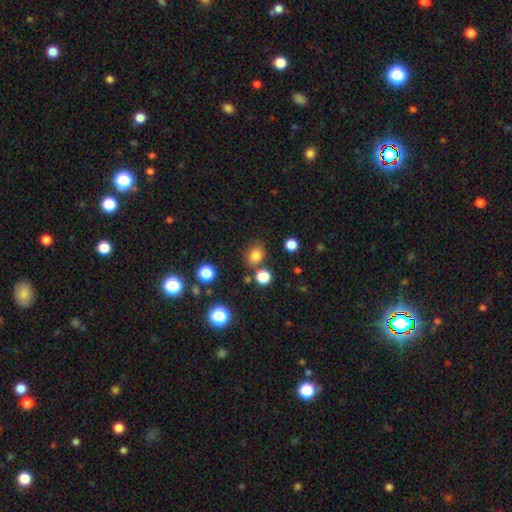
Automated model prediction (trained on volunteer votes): smooth 79%, star or artifact 16%, featured or disk 5%. Down the decision tree: how rounded — round (66%); merging — none (76%).